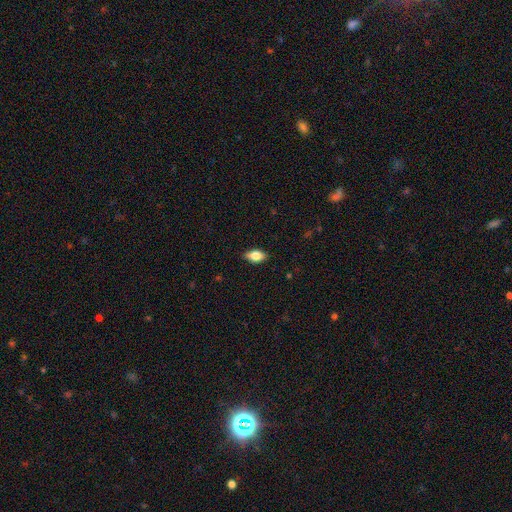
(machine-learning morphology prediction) Smooth or featured? smooth (73%)
How rounded? in between (87%)
Merging? none (85%)